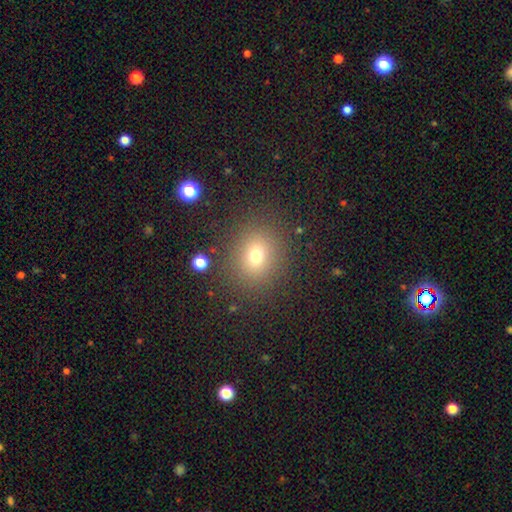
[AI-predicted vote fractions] Overall: smooth (72%). How rounded: round (71%). Merging: none (86%).